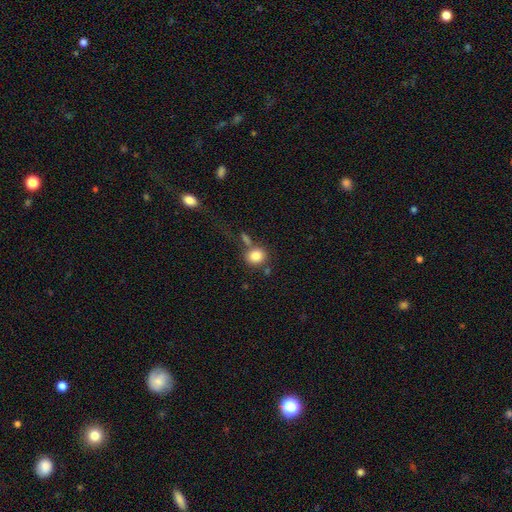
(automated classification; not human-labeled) Smooth or featured? smooth (83%)
How rounded? round (76%)
Merging? none (61%)